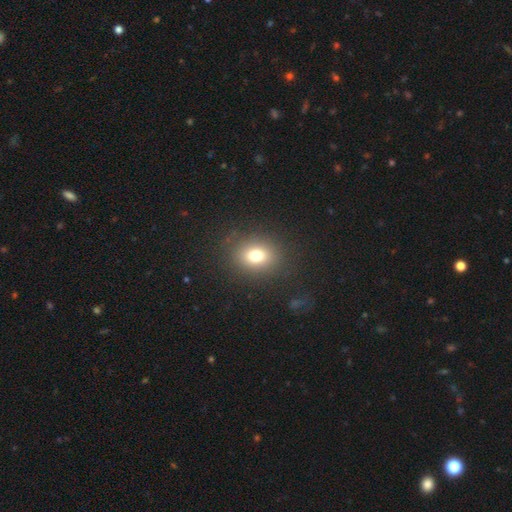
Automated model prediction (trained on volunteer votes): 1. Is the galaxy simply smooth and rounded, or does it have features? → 75% smooth, 14% star or artifact, 10% featured or disk.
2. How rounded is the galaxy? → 60% round, 39% in between, 1% cigar-shaped.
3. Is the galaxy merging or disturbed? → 86% none, 8% minor disturbance, 5% major disturbance, 1% merger.